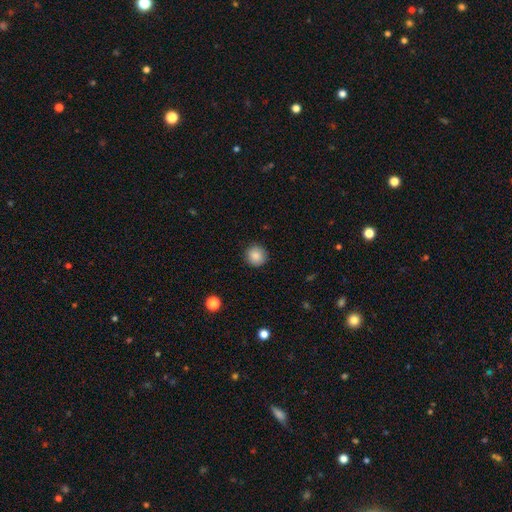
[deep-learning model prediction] A smooth galaxy with no disk features (87%) that is round (94%). Merging: none (90%).